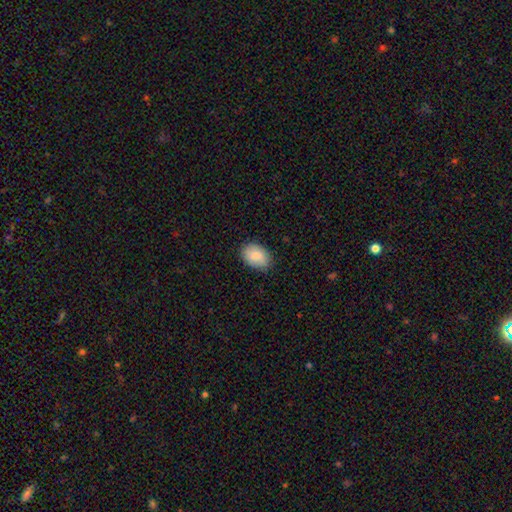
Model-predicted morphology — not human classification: Q: Smooth or featured?
A: smooth (88%); runner-up: star or artifact (6%)
Q: How rounded?
A: in between (84%); runner-up: round (15%)
Q: Merging?
A: none (83%); runner-up: minor disturbance (13%)